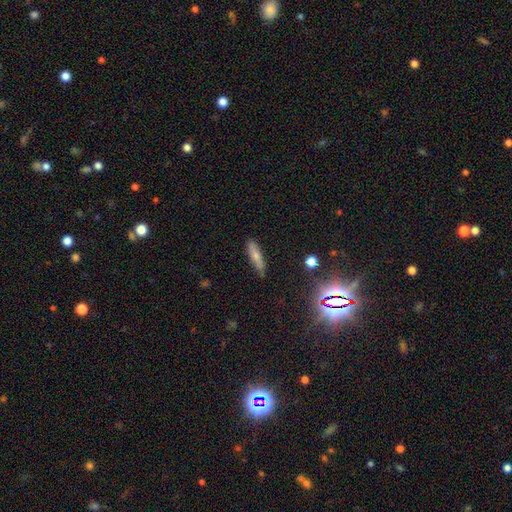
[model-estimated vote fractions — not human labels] Morphology: type=smooth (62%); roundness=cigar-shaped (76%); merging=none (80%).